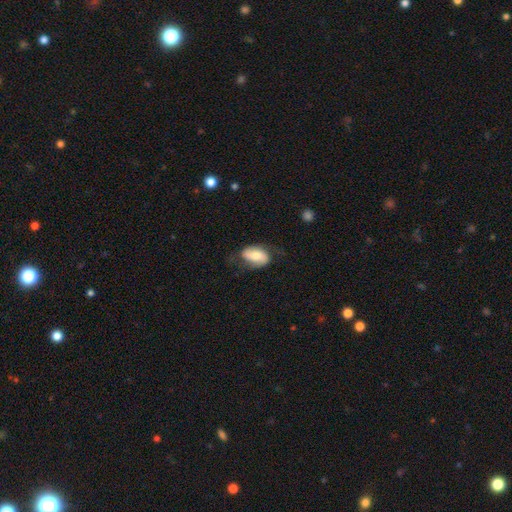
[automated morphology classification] smooth_or_featured: smooth (p=0.55) [alt: featured or disk p=0.38]
how_rounded: in between (p=0.90) [alt: round p=0.08]
merging: none (p=0.61) [alt: minor disturbance p=0.27]